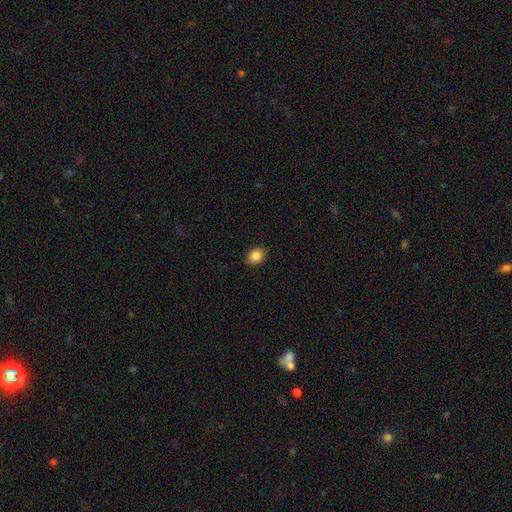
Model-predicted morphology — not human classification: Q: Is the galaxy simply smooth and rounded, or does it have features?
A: smooth — 86%.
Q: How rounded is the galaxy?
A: in between — 52%.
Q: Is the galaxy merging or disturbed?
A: none — 87%.